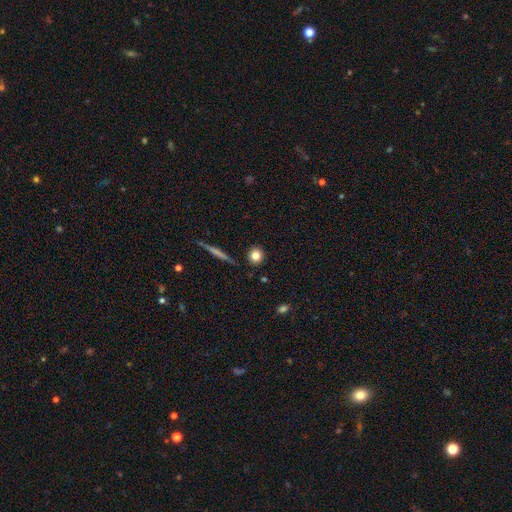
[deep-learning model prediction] Overall: smooth (81%). How rounded: round (88%). Merging: none (89%).